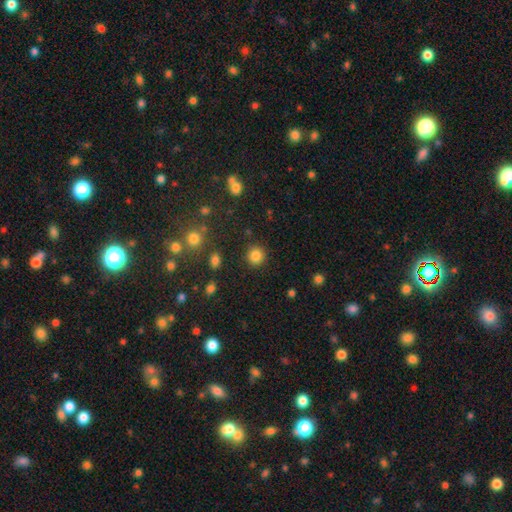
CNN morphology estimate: smooth 85%, star or artifact 11%, featured or disk 4%. Down the decision tree: how rounded — round (91%); merging — none (90%).